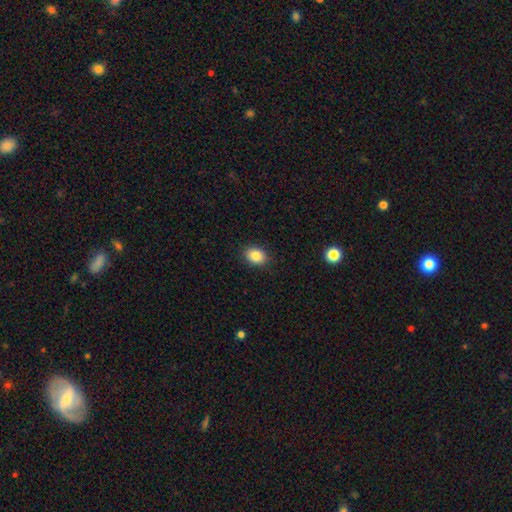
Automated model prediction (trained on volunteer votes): This appears to be a smooth galaxy with no disk features (85%) that is in between round and cigar-shaped (60%). Merging: none (90%).